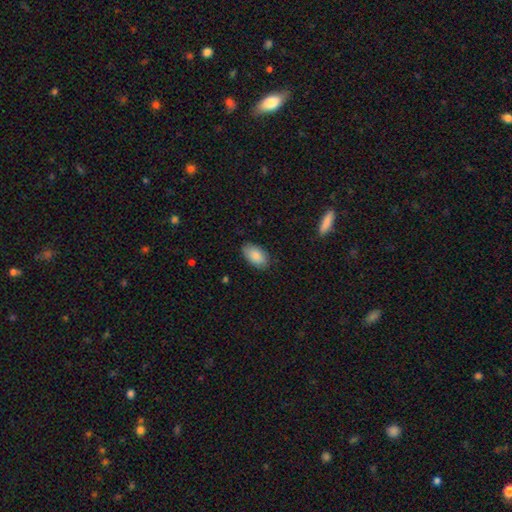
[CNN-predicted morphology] Smooth or featured?
  - smooth: 86% *
  - featured or disk: 8%
  - star or artifact: 7%
How rounded?
  - in between: 94% *
  - round: 4%
  - cigar-shaped: 2%
Merging?
  - none: 83% *
  - minor disturbance: 13%
  - major disturbance: 2%
  - merger: 1%